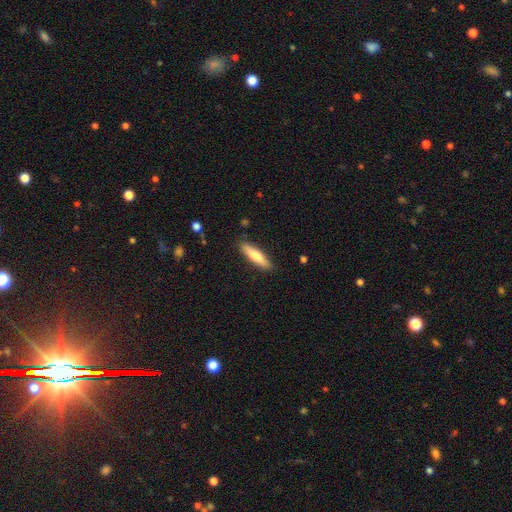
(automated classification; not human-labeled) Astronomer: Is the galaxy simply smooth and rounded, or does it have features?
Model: smooth — 75%.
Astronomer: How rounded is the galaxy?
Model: cigar-shaped — 74%.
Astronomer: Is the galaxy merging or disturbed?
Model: none — 87%.